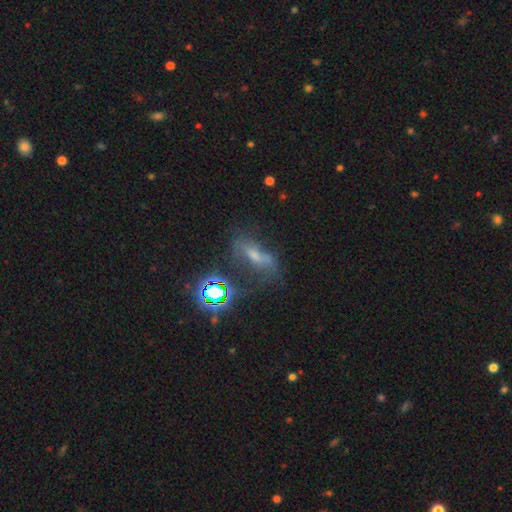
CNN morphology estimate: A featured or disk galaxy (38%). Merging: none (43%).